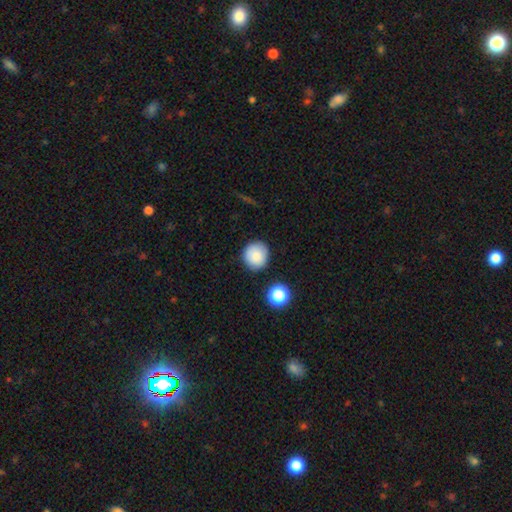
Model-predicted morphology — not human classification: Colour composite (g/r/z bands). It shows a smooth galaxy with no disk features (84%) that is round (90%). Merging: none (85%).